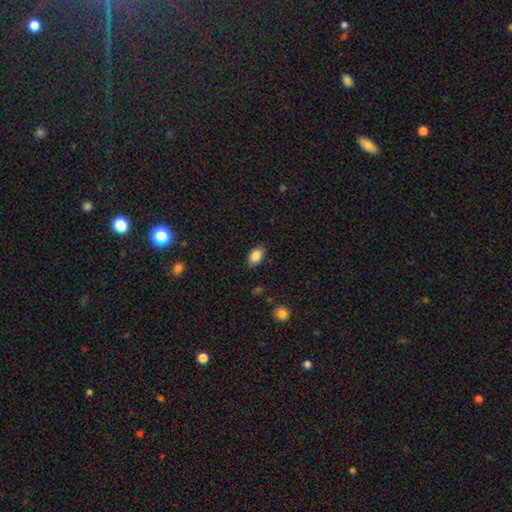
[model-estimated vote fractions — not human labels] Smooth or featured?
  - smooth: 85% *
  - star or artifact: 8%
  - featured or disk: 7%
How rounded?
  - in between: 89% *
  - round: 8%
  - cigar-shaped: 3%
Merging?
  - none: 85% *
  - minor disturbance: 11%
  - major disturbance: 3%
  - merger: 1%